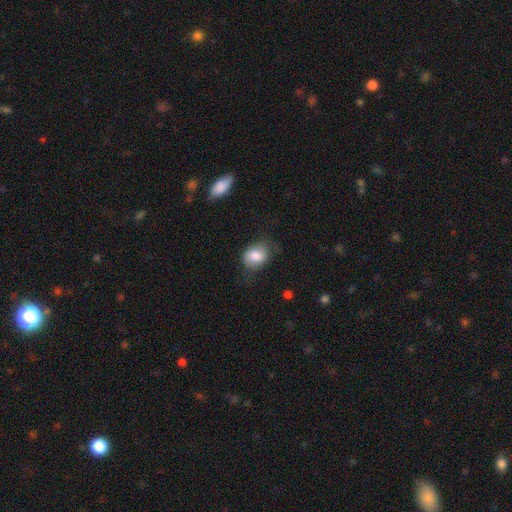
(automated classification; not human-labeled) The model was most divided on "how rounded": in between: 61%, round: 38%, cigar-shaped: 1%. More confident: smooth or featured — smooth (81%); merging — none (65%).